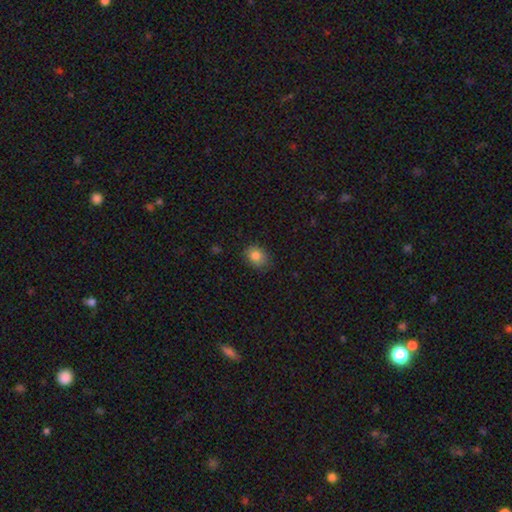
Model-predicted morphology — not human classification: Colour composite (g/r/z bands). It shows a smooth galaxy with no disk features (82%) that is round (53%). Merging: none (83%).